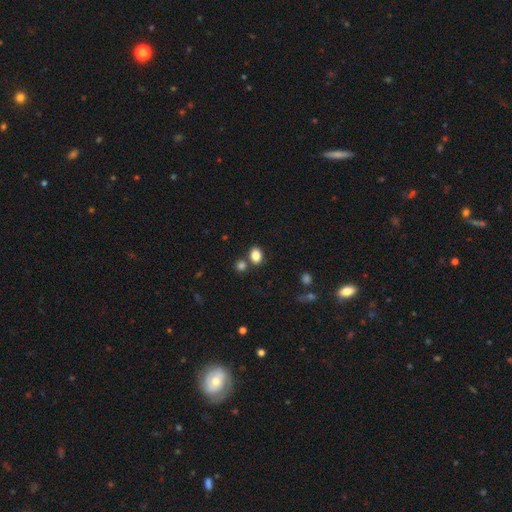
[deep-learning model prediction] The model was most divided on "how rounded": in between: 62%, round: 36%, cigar-shaped: 1%. More confident: smooth or featured — smooth (85%); merging — none (70%).